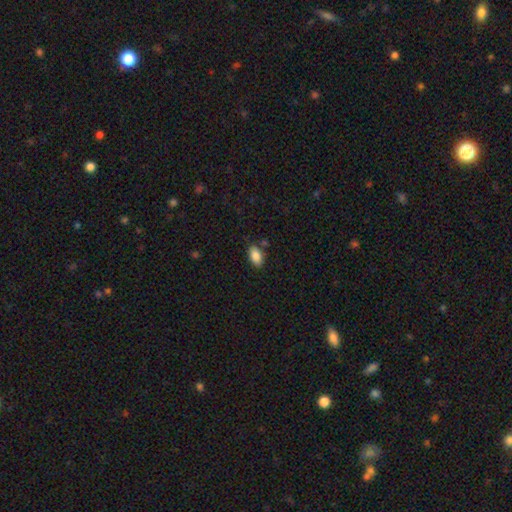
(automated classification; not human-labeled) Smooth or featured?
  - smooth: 87% *
  - star or artifact: 8%
  - featured or disk: 6%
How rounded?
  - in between: 93% *
  - round: 4%
  - cigar-shaped: 3%
Merging?
  - none: 82% *
  - minor disturbance: 12%
  - merger: 4%
  - major disturbance: 3%